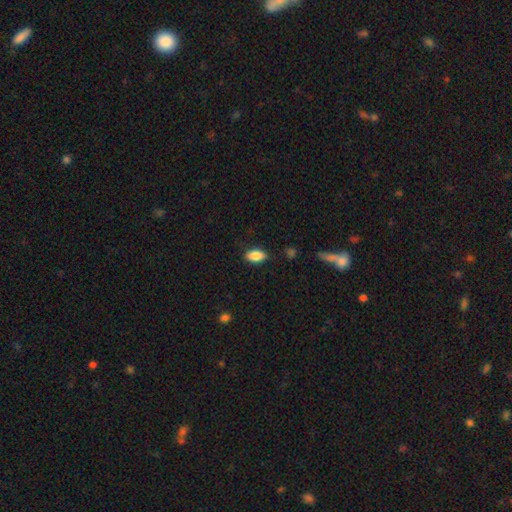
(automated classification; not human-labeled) A smooth galaxy with no disk features (85%) that is in between round and cigar-shaped (89%). Merging: none (83%).